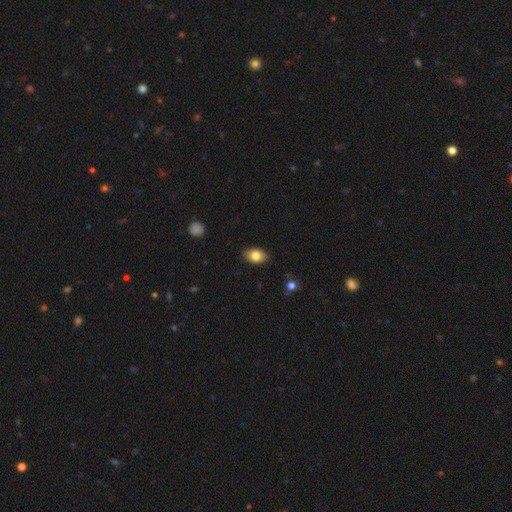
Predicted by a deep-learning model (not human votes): A smooth galaxy with no disk features (82%) that is in between round and cigar-shaped (85%).

Vote fractions:
- Smooth or featured? smooth: 82% / featured or disk: 10% / star or artifact: 8%
- How rounded? in between: 85% / round: 14% / cigar-shaped: 1%
- Merging? none: 86% / minor disturbance: 11% / major disturbance: 2% / merger: 1%